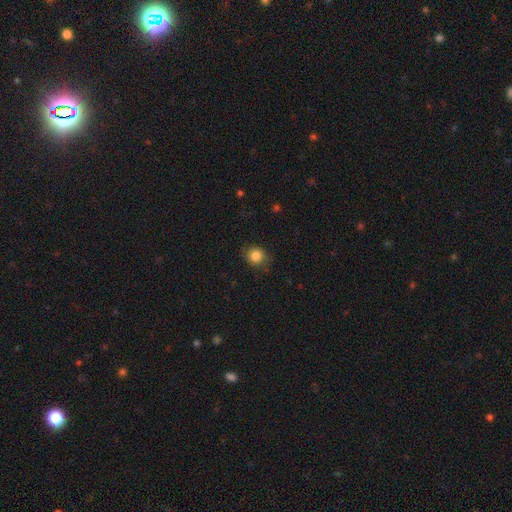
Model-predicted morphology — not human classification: Overall: smooth (84%). How rounded: round (74%). Merging: none (80%).